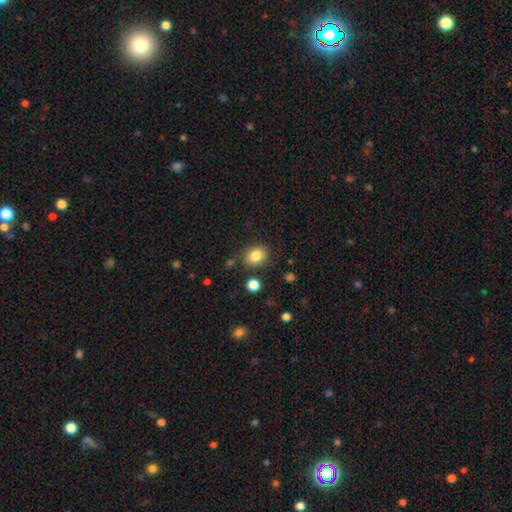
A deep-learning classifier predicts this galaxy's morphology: smooth_or_featured: smooth (p=0.83) [alt: star or artifact p=0.10]
how_rounded: round (p=0.52) [alt: in between p=0.47]
merging: none (p=0.82) [alt: minor disturbance p=0.11]